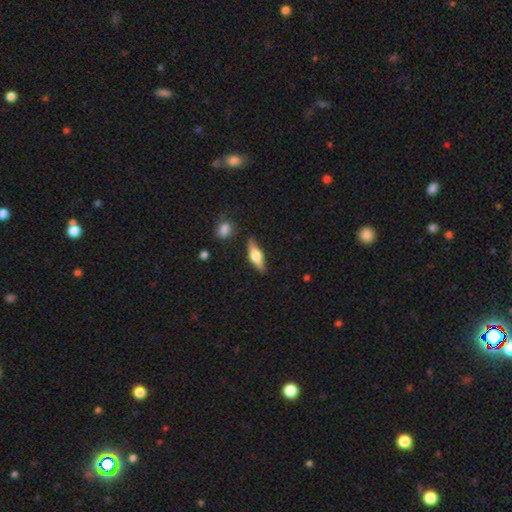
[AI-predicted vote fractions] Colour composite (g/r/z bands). It shows a featured or disk galaxy (54%) viewed edge-on (94%) with a rounded central bulge (93%). Merging: none (84%).